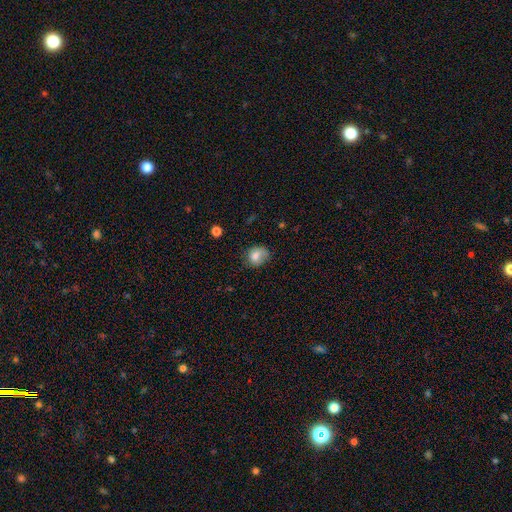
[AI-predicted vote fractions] The model was most divided on "how rounded": round: 64%, in between: 35%, cigar-shaped: 1%. More confident: smooth or featured — smooth (78%); merging — none (60%).